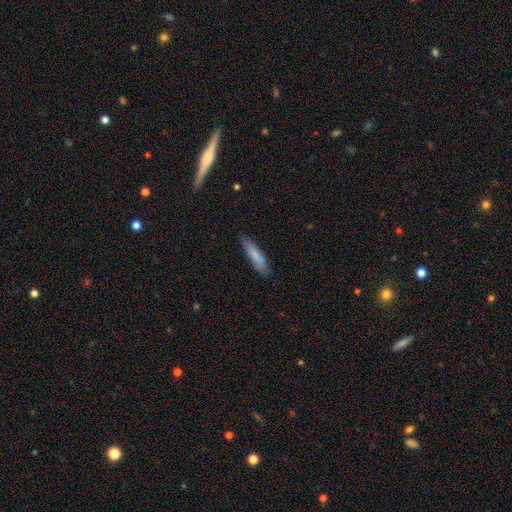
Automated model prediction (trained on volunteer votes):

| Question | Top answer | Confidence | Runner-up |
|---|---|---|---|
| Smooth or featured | smooth | 80% | featured or disk (15%) |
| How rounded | cigar-shaped | 78% | in between (21%) |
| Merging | none | 84% | minor disturbance (12%) |